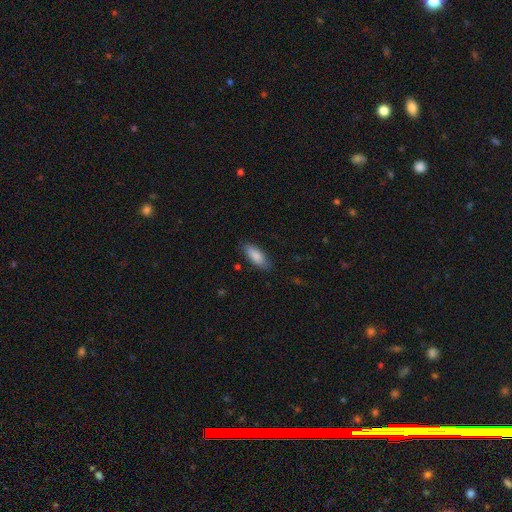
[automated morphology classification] smooth_or_featured: smooth (p=0.86) [alt: featured or disk p=0.08]
how_rounded: in between (p=0.74) [alt: cigar-shaped p=0.24]
merging: none (p=0.84) [alt: minor disturbance p=0.13]